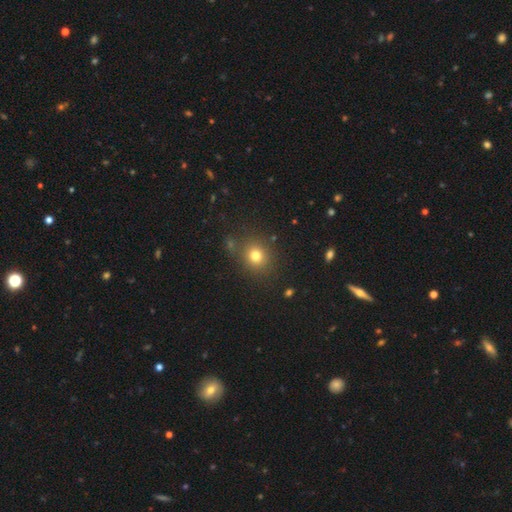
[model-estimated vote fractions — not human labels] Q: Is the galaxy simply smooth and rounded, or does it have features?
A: smooth — 76%.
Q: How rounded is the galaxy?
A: round — 78%.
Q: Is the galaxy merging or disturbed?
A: none — 81%.